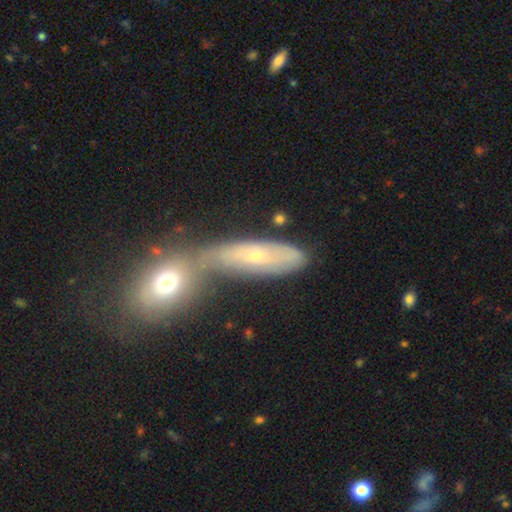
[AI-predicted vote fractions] Q: Smooth or featured?
A: featured or disk (45%); tied with: smooth (45%)
Q: Merging?
A: none (43%); runner-up: merger (39%)